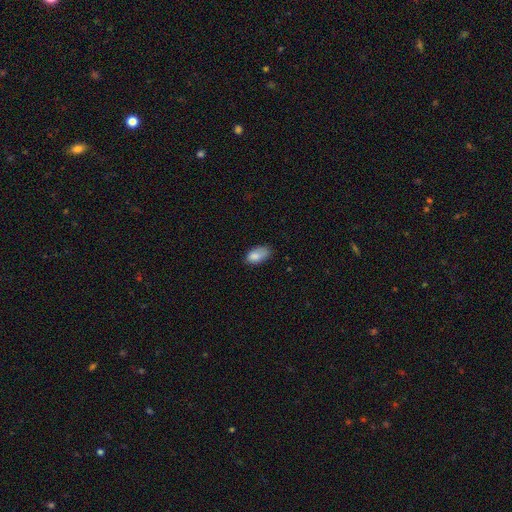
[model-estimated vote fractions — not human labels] Morphology: type=smooth (84%); roundness=in between (92%); merging=none (58%).